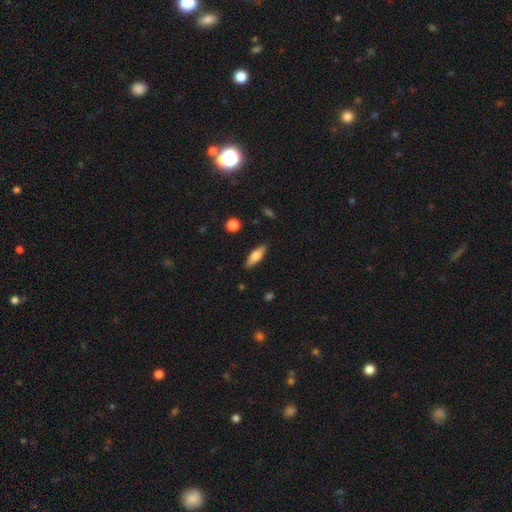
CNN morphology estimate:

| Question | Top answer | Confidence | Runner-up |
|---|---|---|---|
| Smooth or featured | smooth | 69% | featured or disk (24%) |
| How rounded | in between | 52% | cigar-shaped (46%) |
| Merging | none | 88% | minor disturbance (9%) |